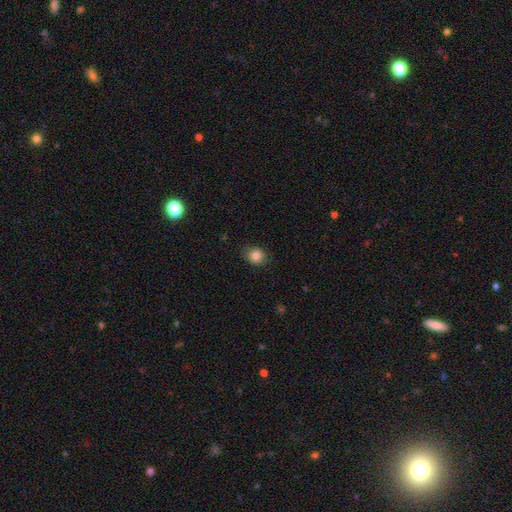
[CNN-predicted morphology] Smooth or featured? Predicted: smooth (p=0.85). How rounded? Predicted: round (p=0.76). Merging? Predicted: none (p=0.83).